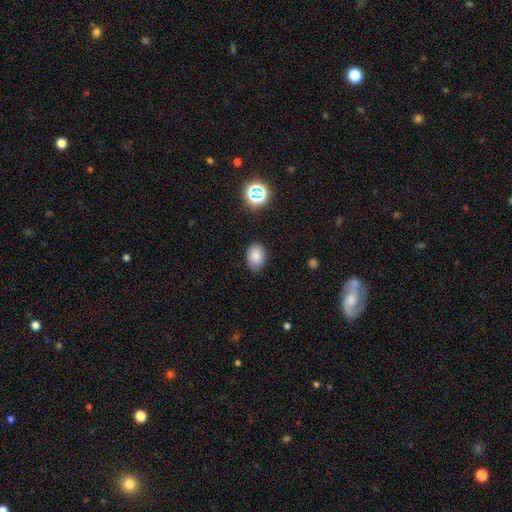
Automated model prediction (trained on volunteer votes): Smooth or featured? Predicted: smooth (p=0.83). How rounded? Predicted: in between (p=0.69). Merging? Predicted: none (p=0.83).